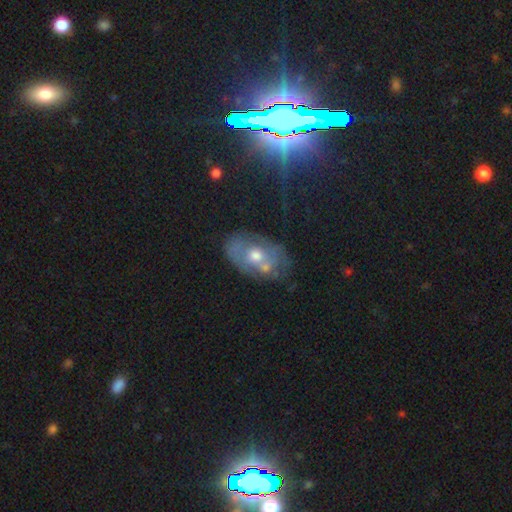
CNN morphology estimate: The model was most divided on "smooth or featured": featured or disk: 51%, star or artifact: 34%, smooth: 16%. More confident: edge-on disk — no (84%); merging — none (74%).